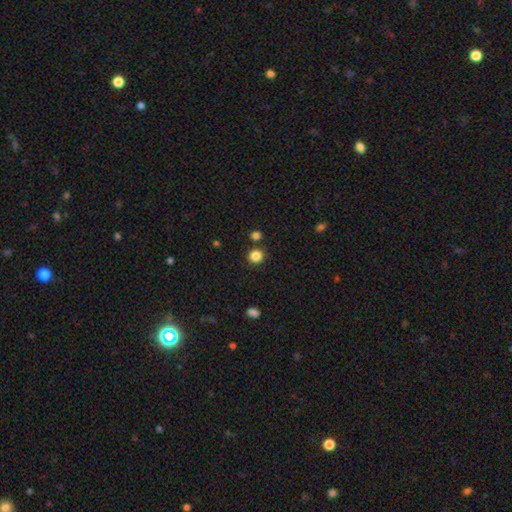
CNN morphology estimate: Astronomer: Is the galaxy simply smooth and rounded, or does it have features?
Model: smooth — 85%.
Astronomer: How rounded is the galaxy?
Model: round — 88%.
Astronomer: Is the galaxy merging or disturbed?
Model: none — 85%.